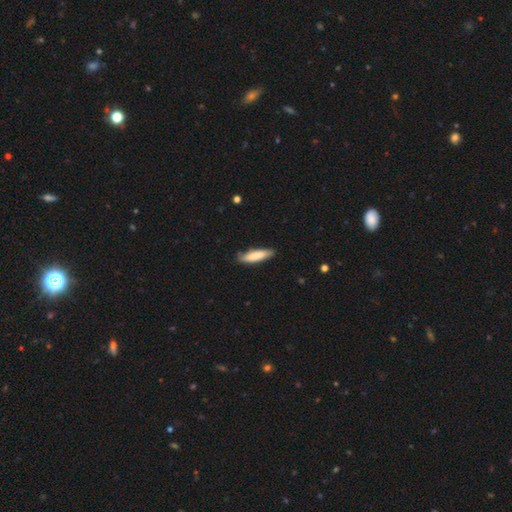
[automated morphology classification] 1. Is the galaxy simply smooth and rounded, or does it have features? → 82% smooth, 13% featured or disk, 5% star or artifact.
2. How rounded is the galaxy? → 72% cigar-shaped, 26% in between, 1% round.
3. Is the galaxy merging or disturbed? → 81% none, 15% minor disturbance, 2% major disturbance, 1% merger.